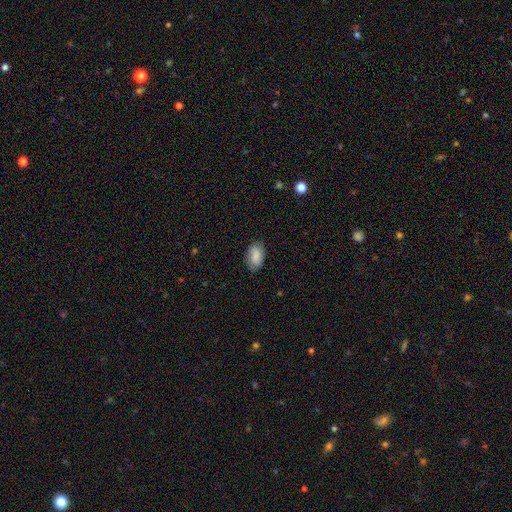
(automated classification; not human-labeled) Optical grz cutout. It shows a smooth galaxy with no disk features (85%) that is in between round and cigar-shaped (92%). Merging: none (79%).